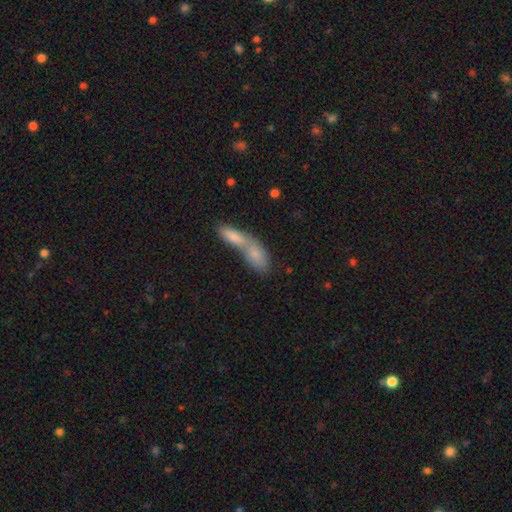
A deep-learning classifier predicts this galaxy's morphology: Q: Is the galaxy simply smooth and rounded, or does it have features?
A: smooth — 79%.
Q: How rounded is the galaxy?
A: in between — 77%.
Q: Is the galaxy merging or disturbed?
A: merger — 65%.